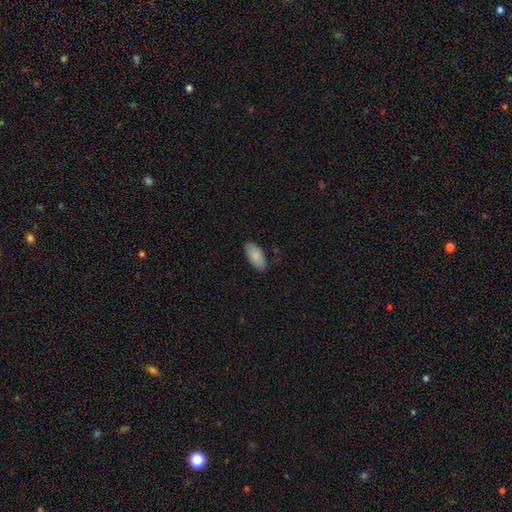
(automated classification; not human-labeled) Smooth or featured? smooth (88%)
How rounded? in between (94%)
Merging? none (84%)